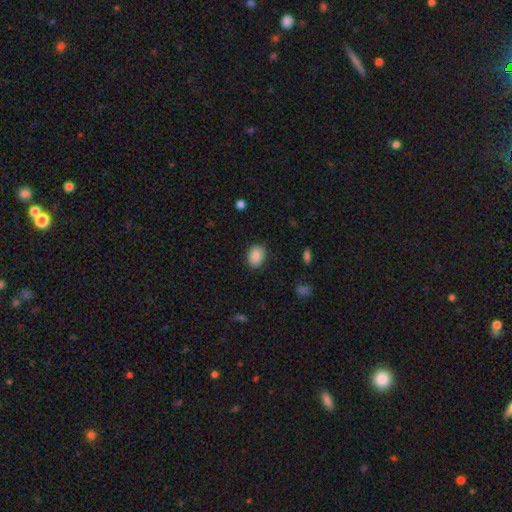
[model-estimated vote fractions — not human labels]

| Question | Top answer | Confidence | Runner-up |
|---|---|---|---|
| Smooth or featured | smooth | 85% | star or artifact (8%) |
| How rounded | in between | 61% | round (38%) |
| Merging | none | 86% | minor disturbance (10%) |